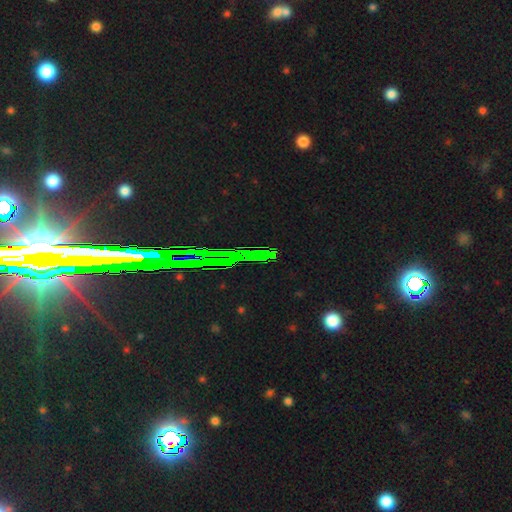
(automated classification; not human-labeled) Morphology: type=star or artifact (75%).